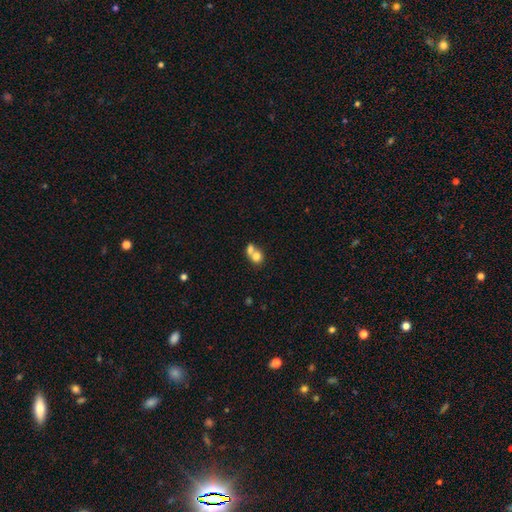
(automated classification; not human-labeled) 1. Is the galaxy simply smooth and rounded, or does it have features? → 75% smooth, 16% featured or disk, 9% star or artifact.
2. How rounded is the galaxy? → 67% round, 32% in between, 1% cigar-shaped.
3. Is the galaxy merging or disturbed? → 65% merger, 27% none, 6% minor disturbance, 3% major disturbance.